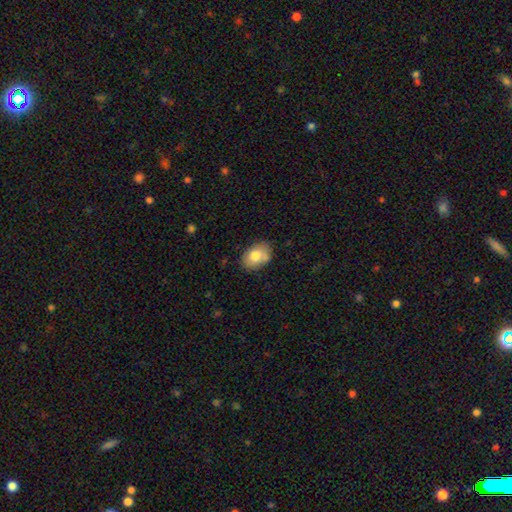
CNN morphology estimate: smooth-or-featured: smooth: 77% | featured or disk: 15% | star or artifact: 8%
  how-rounded: in between: 78% | round: 21% | cigar-shaped: 1%
  merging: none: 72% | minor disturbance: 20% | merger: 5% | major disturbance: 4%